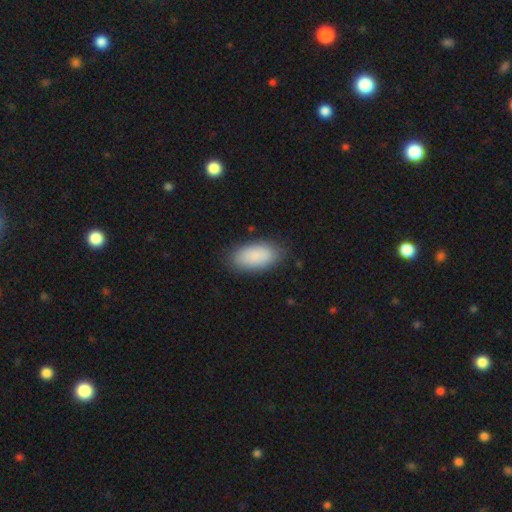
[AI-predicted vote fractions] Smooth or featured?
  - smooth: 89% *
  - star or artifact: 6%
  - featured or disk: 5%
How rounded?
  - in between: 93% *
  - cigar-shaped: 4%
  - round: 2%
Merging?
  - none: 84% *
  - minor disturbance: 12%
  - major disturbance: 3%
  - merger: 1%